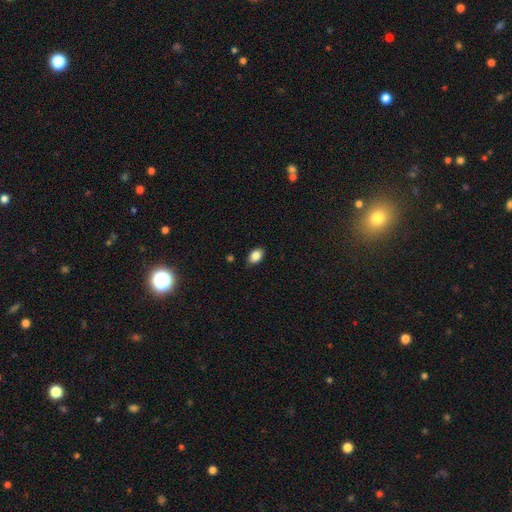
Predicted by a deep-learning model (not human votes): The model was most divided on "how rounded": in between: 85%, round: 14%, cigar-shaped: 1%. More confident: merging — none (86%); smooth or featured — smooth (85%).